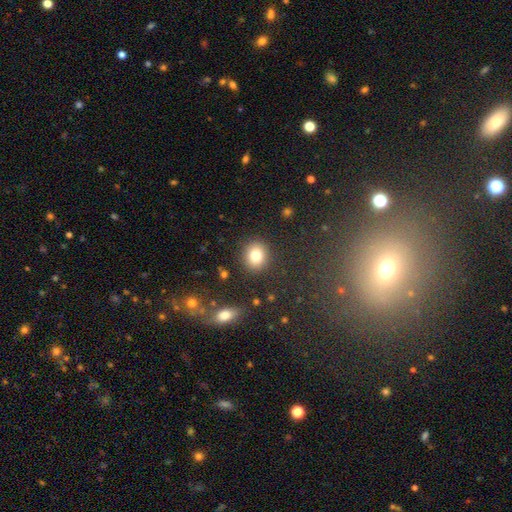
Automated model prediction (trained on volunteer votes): Smooth or featured? smooth (80%)
How rounded? round (76%)
Merging? none (88%)